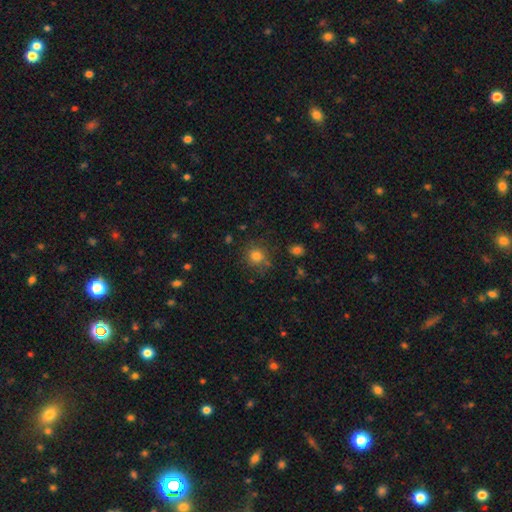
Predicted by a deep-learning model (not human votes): This is likely a smooth galaxy (79%). How rounded: clearly round (88%). Merging: likely none (79%).